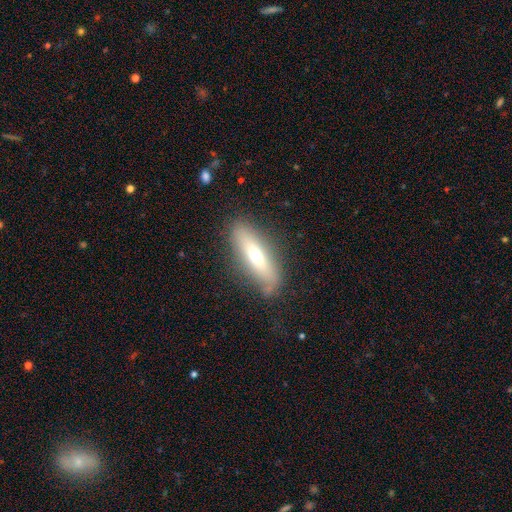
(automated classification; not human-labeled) Smooth or featured? Predicted: smooth (p=0.57). How rounded? Predicted: cigar-shaped (p=0.58). Merging? Predicted: none (p=0.79).